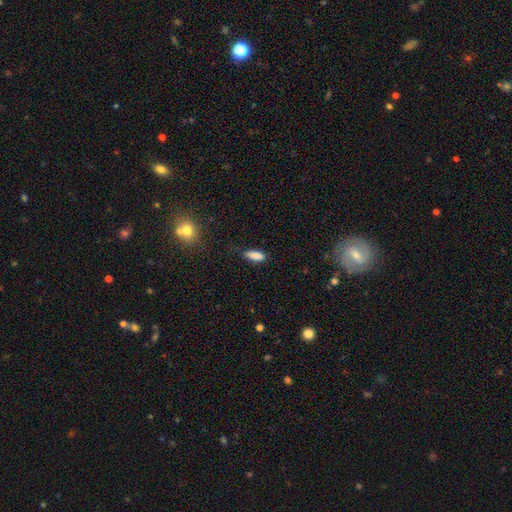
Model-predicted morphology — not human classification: Smooth or featured: smooth — 86% (star or artifact — 8%)
How rounded: in between — 76% (cigar-shaped — 22%)
Merging: none — 69% (minor disturbance — 24%)